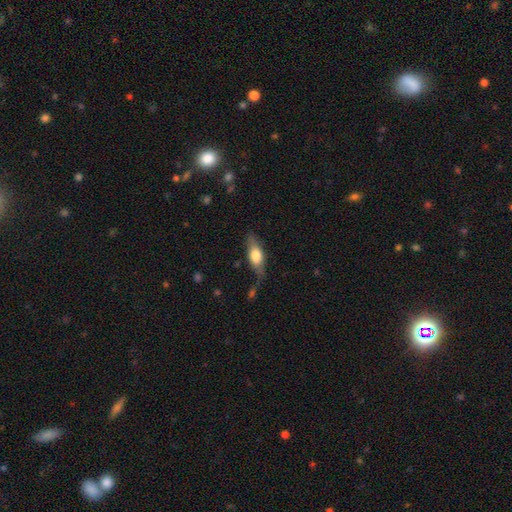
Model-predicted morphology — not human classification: A smooth galaxy with no disk features (61%) that is in between round and cigar-shaped (69%).

Vote fractions:
- Smooth or featured? smooth: 61% / featured or disk: 32% / star or artifact: 6%
- How rounded? in between: 69% / cigar-shaped: 27% / round: 4%
- Merging? none: 60% / minor disturbance: 25% / major disturbance: 10% / merger: 5%